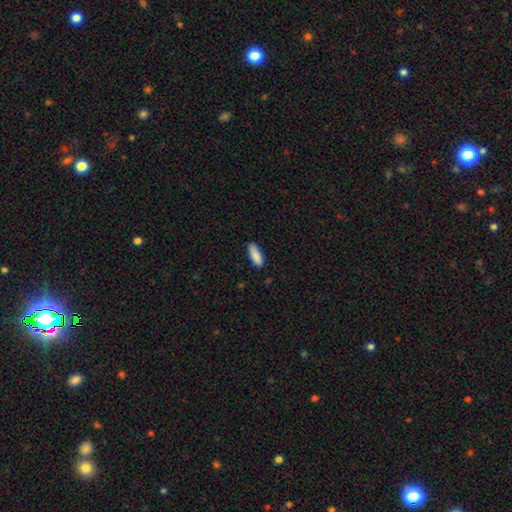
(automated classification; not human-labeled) Smooth or featured: smooth — 89% (star or artifact — 6%)
How rounded: in between — 61% (cigar-shaped — 38%)
Merging: none — 84% (minor disturbance — 13%)